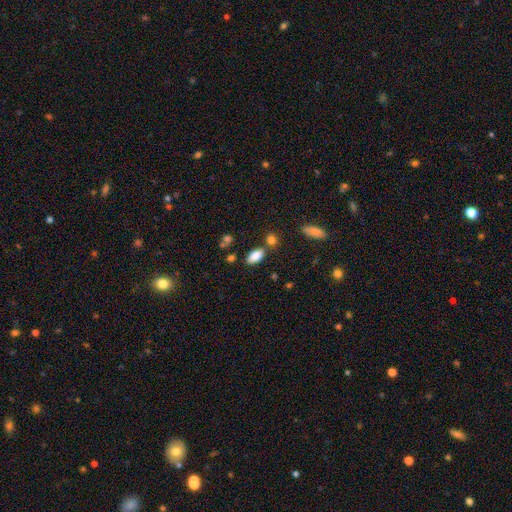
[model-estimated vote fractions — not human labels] This appears to be a smooth galaxy with no disk features (85%) that is in between round and cigar-shaped (90%). Merging: none (74%).